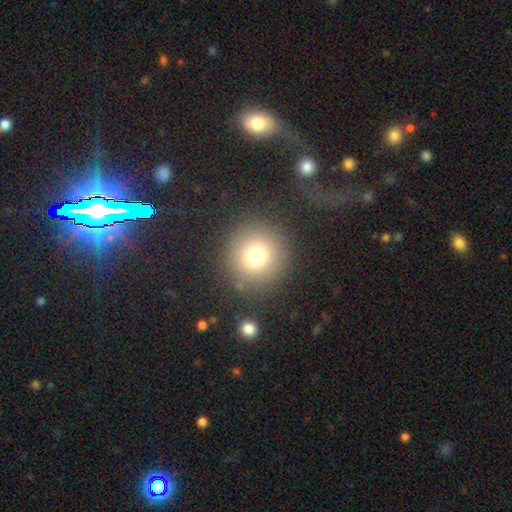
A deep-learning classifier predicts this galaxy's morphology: This is likely a smooth galaxy (74%). How rounded: clearly round (94%). Merging: clearly none (85%).